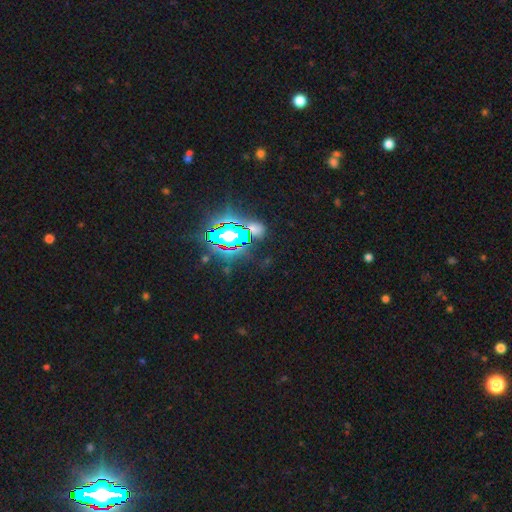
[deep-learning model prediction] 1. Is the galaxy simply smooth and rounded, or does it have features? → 85% star or artifact, 8% smooth, 7% featured or disk.